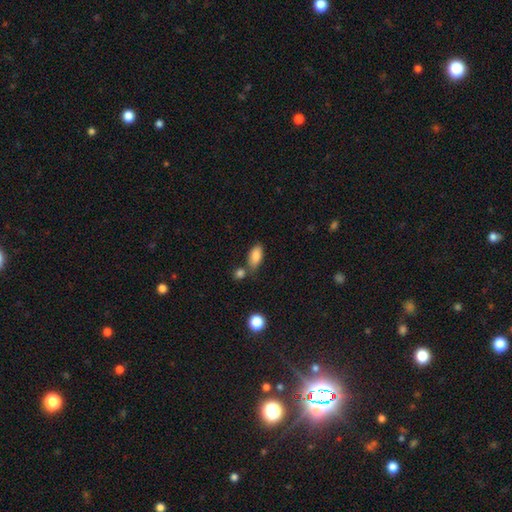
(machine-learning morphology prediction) smooth-or-featured: smooth: 84% | featured or disk: 8% | star or artifact: 8%
  how-rounded: in between: 88% | cigar-shaped: 9% | round: 3%
  merging: none: 64% | merger: 18% | minor disturbance: 15% | major disturbance: 4%